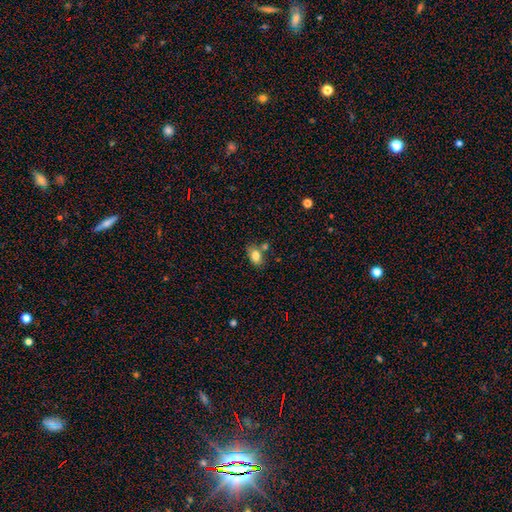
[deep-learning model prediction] smooth 82%, featured or disk 9%, star or artifact 9%. Down the decision tree: how rounded — in between (83%); merging — none (60%).